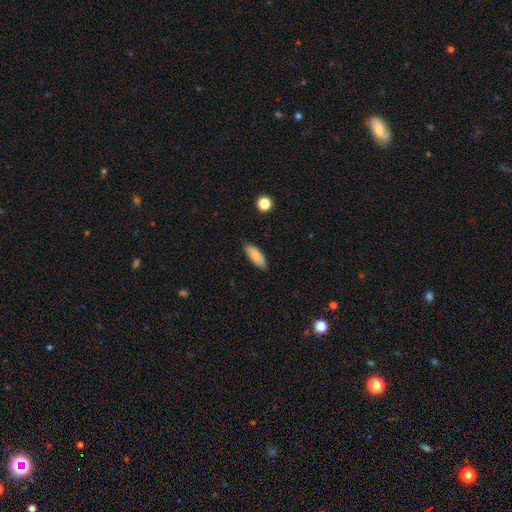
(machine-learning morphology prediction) Smooth or featured? Predicted: smooth (p=0.86). How rounded? Predicted: in between (p=0.67). Merging? Predicted: none (p=0.83).